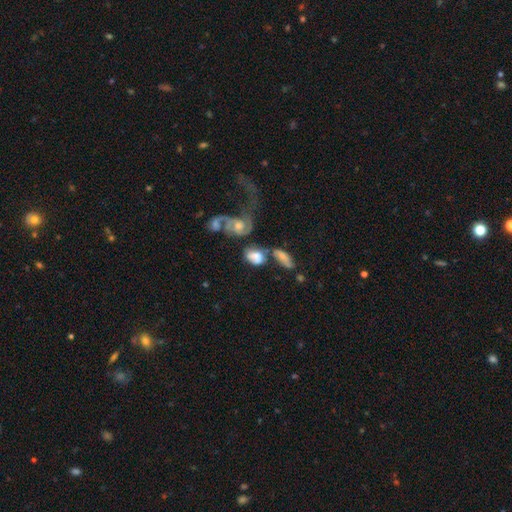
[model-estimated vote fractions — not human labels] smooth_or_featured: smooth (p=0.46) [alt: featured or disk p=0.42]
merging: merger (p=0.47) [alt: none p=0.22]